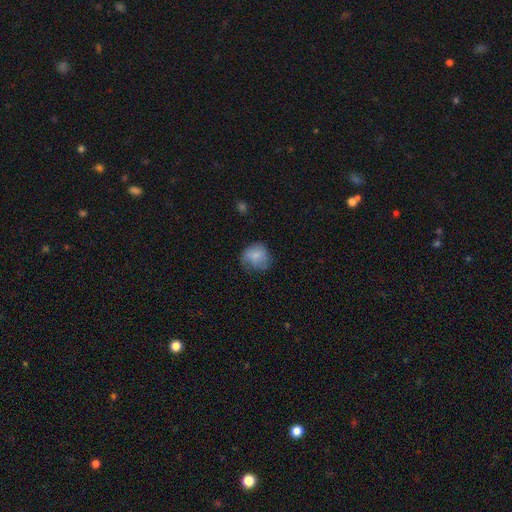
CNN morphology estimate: smooth_or_featured: smooth (p=0.78) [alt: featured or disk p=0.14]
how_rounded: round (p=0.76) [alt: in between p=0.23]
merging: none (p=0.57) [alt: minor disturbance p=0.29]